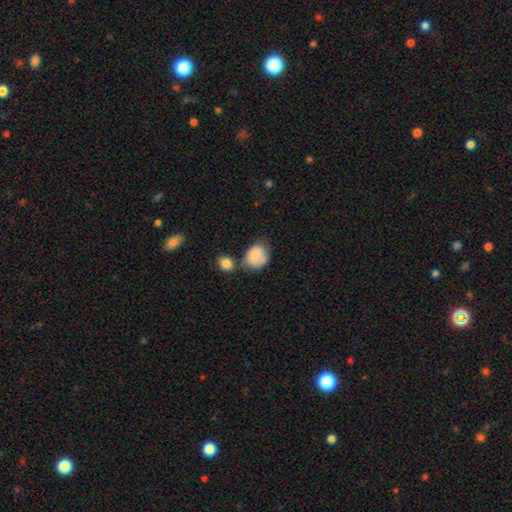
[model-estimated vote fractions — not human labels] Smooth or featured: smooth — 78% (featured or disk — 15%)
How rounded: round — 56% (in between — 43%)
Merging: none — 43% (minor disturbance — 26%)